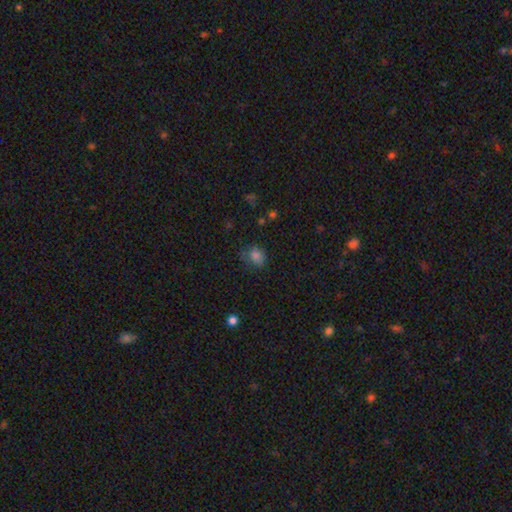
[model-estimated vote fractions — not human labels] A smooth galaxy with no disk features (78%) that is round (54%). Merging: none (57%).